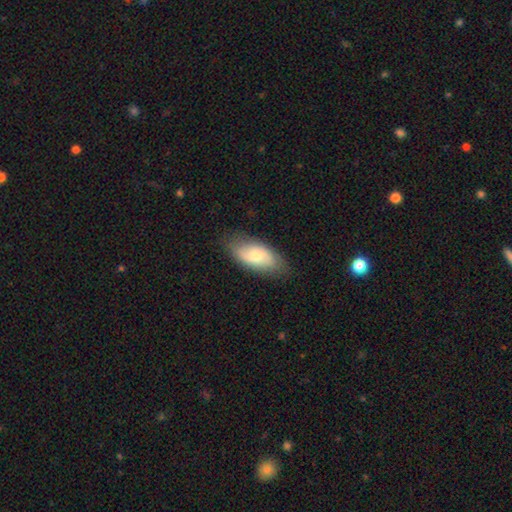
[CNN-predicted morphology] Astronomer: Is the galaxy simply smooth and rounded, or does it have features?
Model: smooth — 66%.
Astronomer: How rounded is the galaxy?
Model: in between — 91%.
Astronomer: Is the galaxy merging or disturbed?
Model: none — 78%.